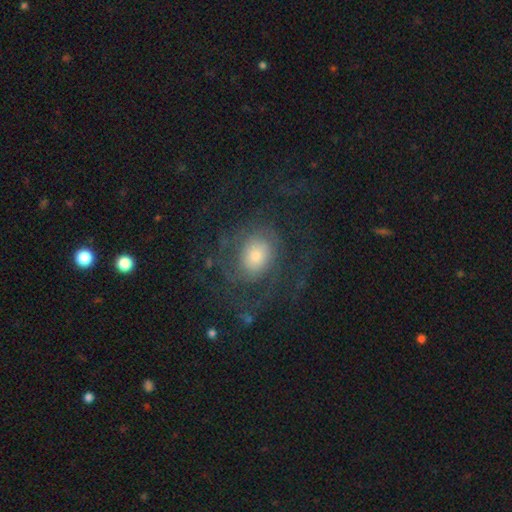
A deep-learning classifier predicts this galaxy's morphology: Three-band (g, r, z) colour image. It shows a featured or disk galaxy (58%) with no bar (77%), spiral arms (70%) and a moderate central bulge (49%). Merging: none (65%).